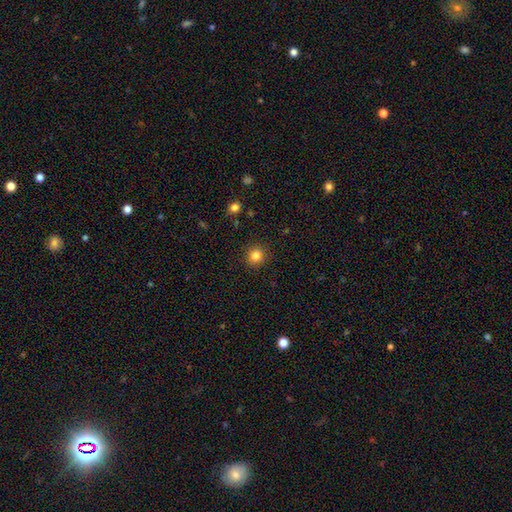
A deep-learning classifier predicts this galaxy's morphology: smooth_or_featured: smooth (p=0.83) [alt: star or artifact p=0.12]
how_rounded: round (p=0.92) [alt: in between p=0.07]
merging: none (p=0.91) [alt: minor disturbance p=0.06]